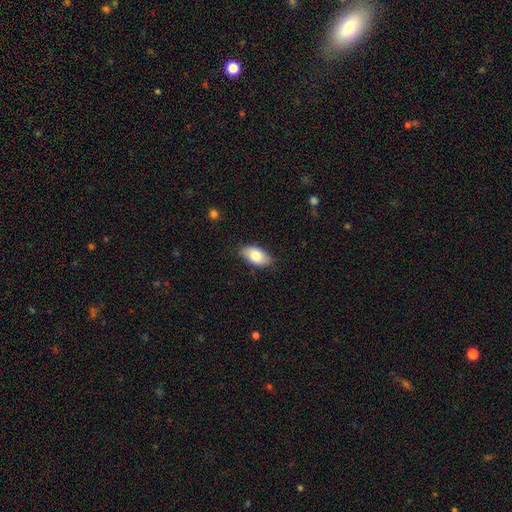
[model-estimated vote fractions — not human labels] Smooth or featured?
  - smooth: 80% *
  - featured or disk: 13%
  - star or artifact: 7%
How rounded?
  - in between: 93% *
  - round: 4%
  - cigar-shaped: 3%
Merging?
  - none: 83% *
  - minor disturbance: 13%
  - major disturbance: 2%
  - merger: 1%